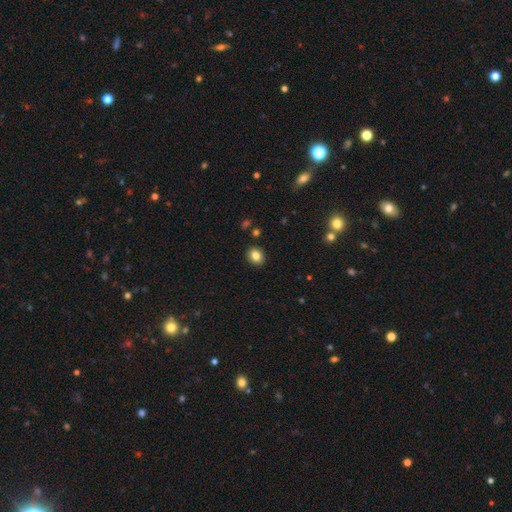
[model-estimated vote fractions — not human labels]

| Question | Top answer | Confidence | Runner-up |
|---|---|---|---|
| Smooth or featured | smooth | 83% | star or artifact (10%) |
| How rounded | round | 58% | in between (42%) |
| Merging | none | 90% | minor disturbance (7%) |